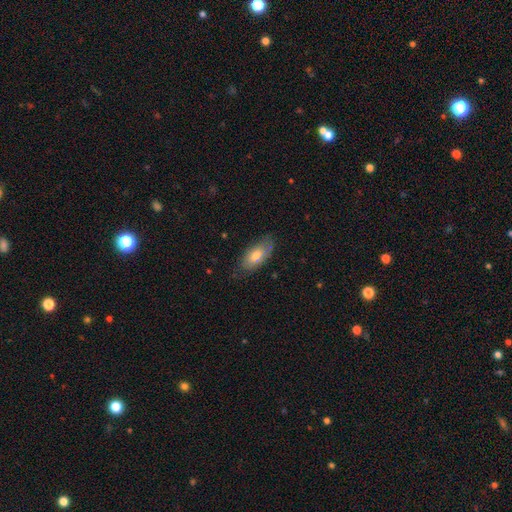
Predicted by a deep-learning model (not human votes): Smooth or featured: smooth — 70% (featured or disk — 23%)
How rounded: in between — 88% (cigar-shaped — 10%)
Merging: none — 73% (minor disturbance — 21%)